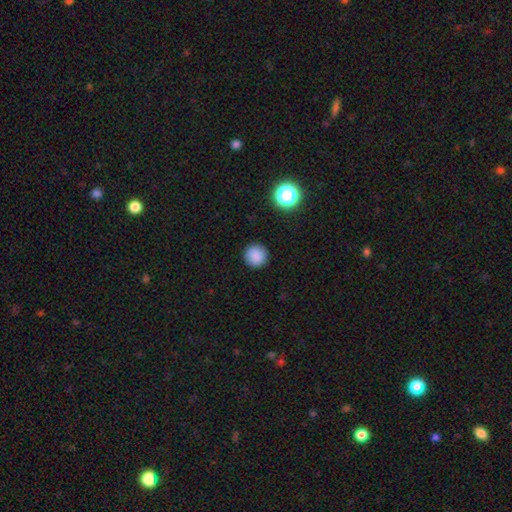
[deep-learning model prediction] Smooth or featured?
  - smooth: 86% *
  - star or artifact: 11%
  - featured or disk: 4%
How rounded?
  - round: 95% *
  - in between: 4%
  - cigar-shaped: 1%
Merging?
  - none: 91% *
  - minor disturbance: 6%
  - major disturbance: 2%
  - merger: 1%